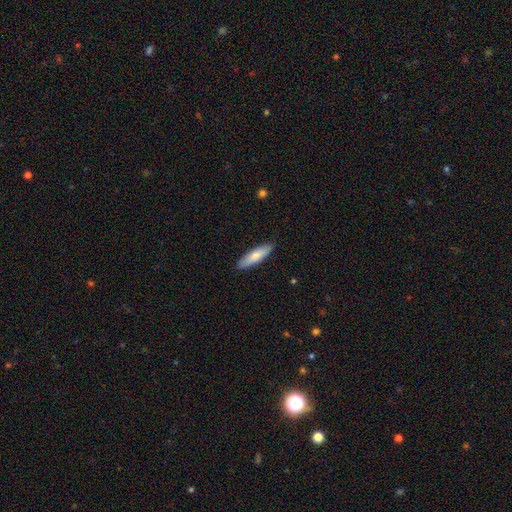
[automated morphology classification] type=smooth (77%); roundness=cigar-shaped (69%); merging=none (89%).